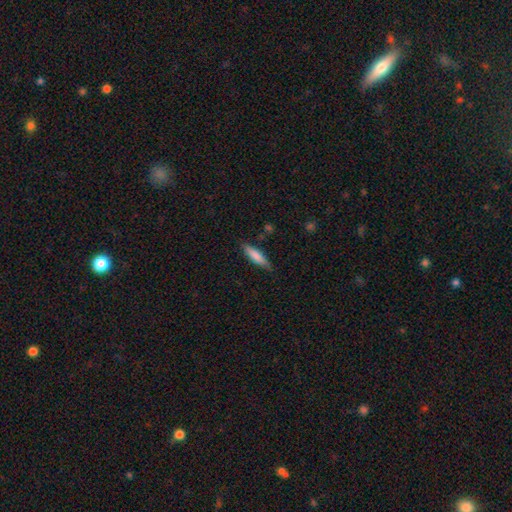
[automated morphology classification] Smooth or featured? Predicted: smooth (p=0.78). How rounded? Predicted: cigar-shaped (p=0.73). Merging? Predicted: none (p=0.82).